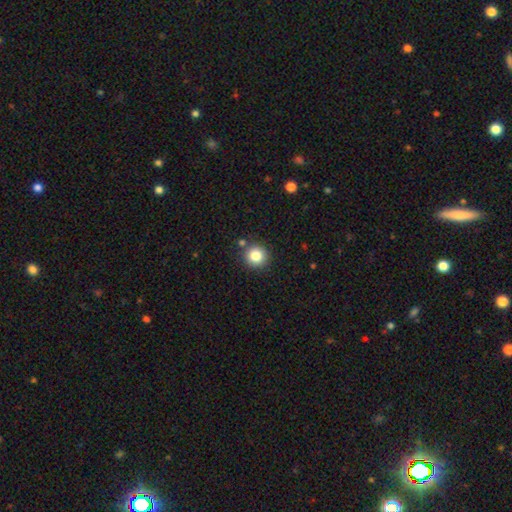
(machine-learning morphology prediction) Smooth or featured? smooth (83%)
How rounded? round (94%)
Merging? none (86%)